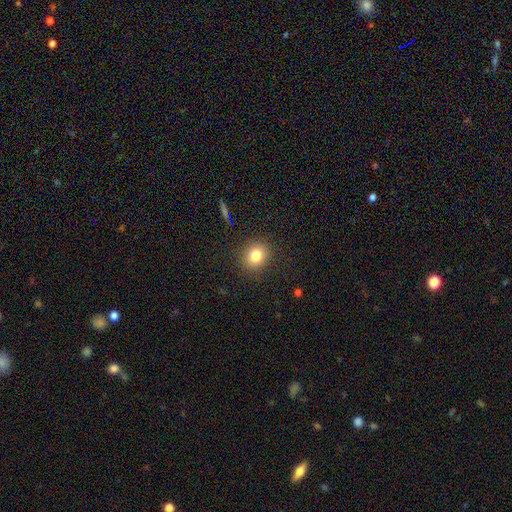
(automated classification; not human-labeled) Smooth or featured: smooth — 81% (star or artifact — 11%)
How rounded: round — 72% (in between — 27%)
Merging: none — 88% (minor disturbance — 8%)